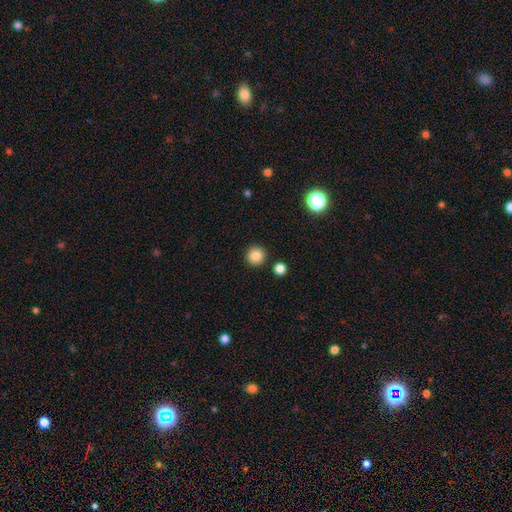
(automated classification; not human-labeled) Q: Smooth or featured?
A: smooth (85%); runner-up: star or artifact (11%)
Q: How rounded?
A: round (95%); runner-up: in between (4%)
Q: Merging?
A: none (91%); runner-up: minor disturbance (5%)